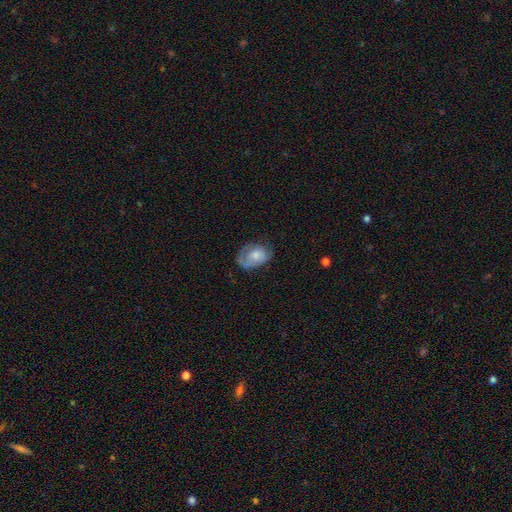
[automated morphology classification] Smooth or featured? smooth (51%)
How rounded? in between (78%)
Merging? none (45%)